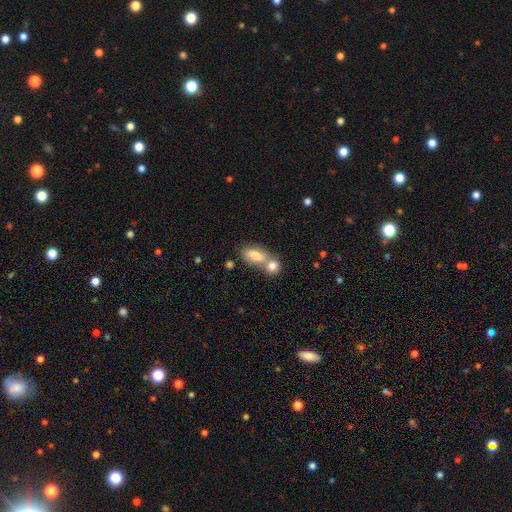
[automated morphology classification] This is likely a smooth galaxy (77%). How rounded: clearly in between (83%). Merging: possibly merger (53%).